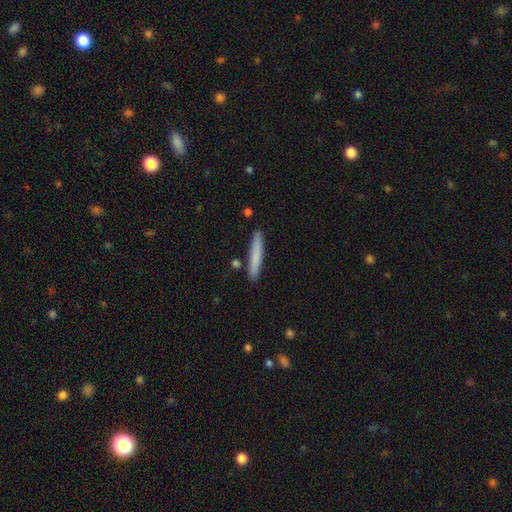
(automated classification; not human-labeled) Smooth or featured?
  - smooth: 76% *
  - featured or disk: 18%
  - star or artifact: 6%
How rounded?
  - cigar-shaped: 95% *
  - in between: 4%
  - round: 1%
Merging?
  - none: 88% *
  - minor disturbance: 8%
  - merger: 3%
  - major disturbance: 2%